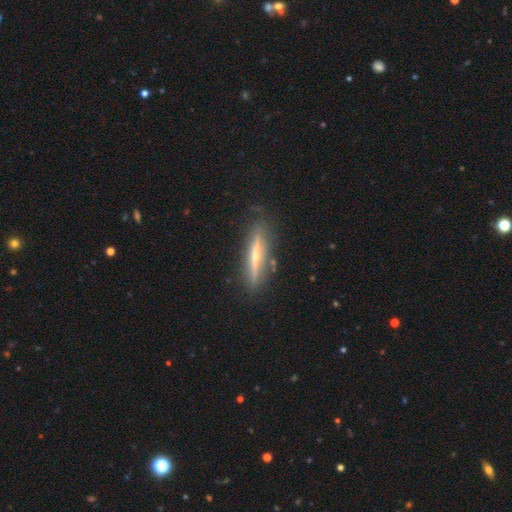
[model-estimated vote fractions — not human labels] The model was most divided on "smooth or featured": featured or disk: 71%, smooth: 23%, star or artifact: 6%. More confident: edge-on disk — yes (94%); merging — none (83%); edge-on bulge — rounded (77%).